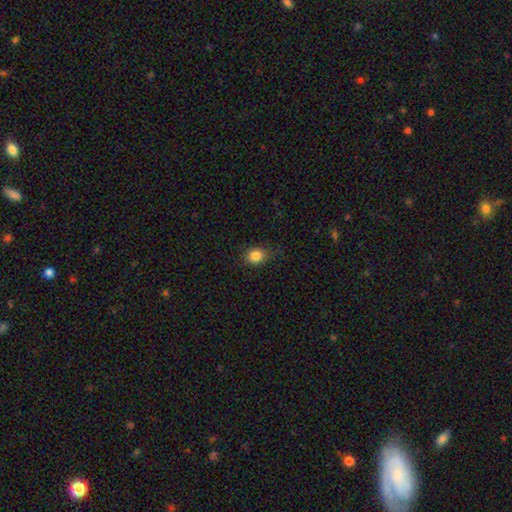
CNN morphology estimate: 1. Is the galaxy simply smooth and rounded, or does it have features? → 84% smooth, 11% star or artifact, 5% featured or disk.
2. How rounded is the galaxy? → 60% round, 39% in between, 1% cigar-shaped.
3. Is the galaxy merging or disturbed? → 77% none, 17% minor disturbance, 4% major disturbance, 1% merger.